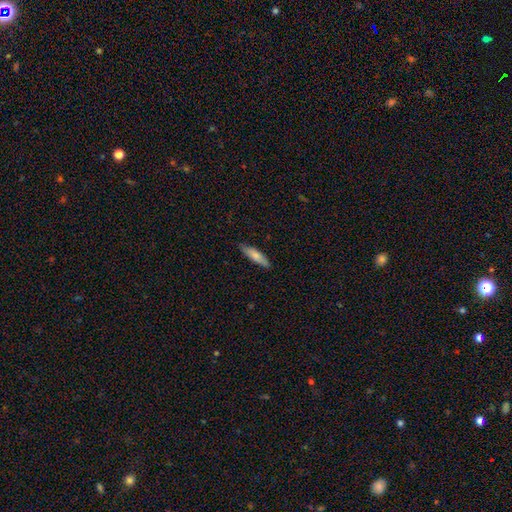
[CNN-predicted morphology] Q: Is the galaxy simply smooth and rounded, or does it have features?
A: smooth — 76%.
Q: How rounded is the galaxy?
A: cigar-shaped — 75%.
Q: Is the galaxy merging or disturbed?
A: none — 84%.